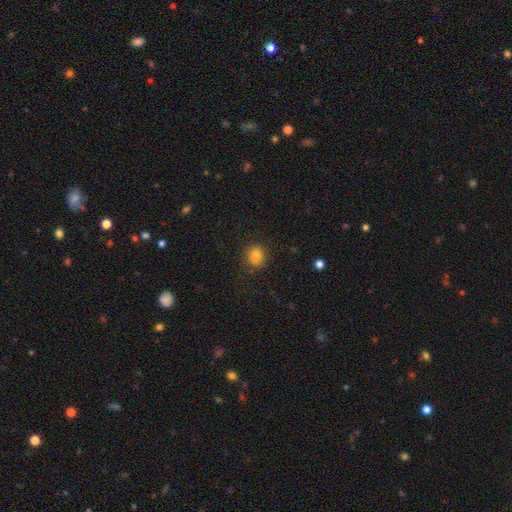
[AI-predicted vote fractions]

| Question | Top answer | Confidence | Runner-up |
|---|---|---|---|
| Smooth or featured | smooth | 82% | star or artifact (11%) |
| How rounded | round | 83% | in between (16%) |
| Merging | none | 84% | minor disturbance (11%) |